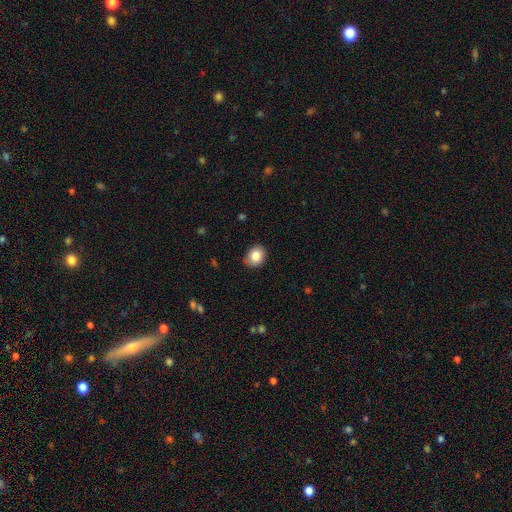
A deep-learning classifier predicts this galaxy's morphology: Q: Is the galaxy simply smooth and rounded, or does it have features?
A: smooth — 84%.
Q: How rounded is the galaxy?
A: round — 53%.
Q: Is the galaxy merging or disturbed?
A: none — 83%.